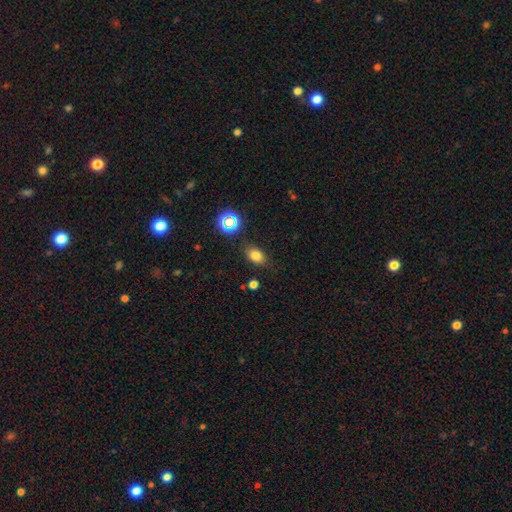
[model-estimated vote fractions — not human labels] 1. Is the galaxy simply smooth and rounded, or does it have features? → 76% smooth, 16% star or artifact, 8% featured or disk.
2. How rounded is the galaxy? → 77% in between, 21% round, 2% cigar-shaped.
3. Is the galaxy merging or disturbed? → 81% none, 13% minor disturbance, 4% major disturbance, 3% merger.